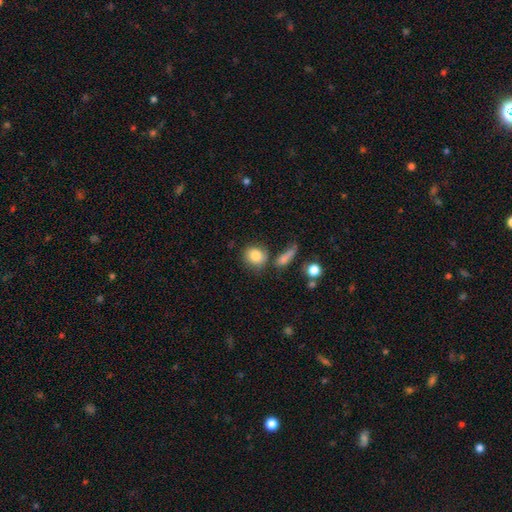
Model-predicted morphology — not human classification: Overall: smooth (83%). How rounded: round (73%). Merging: none (65%).